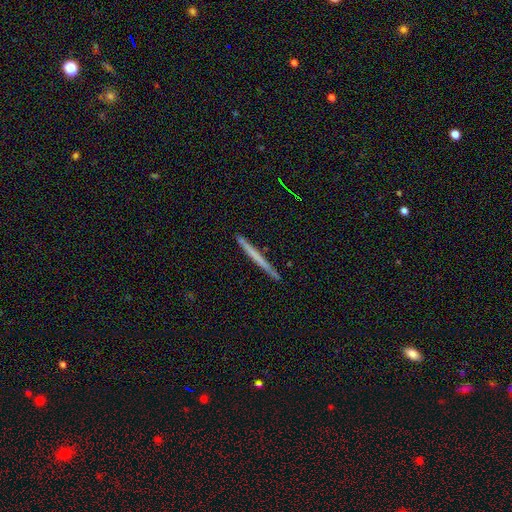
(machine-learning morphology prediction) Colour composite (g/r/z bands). It shows a smooth galaxy with no disk features (52%) that is cigar-shaped (97%). Merging: none (91%).